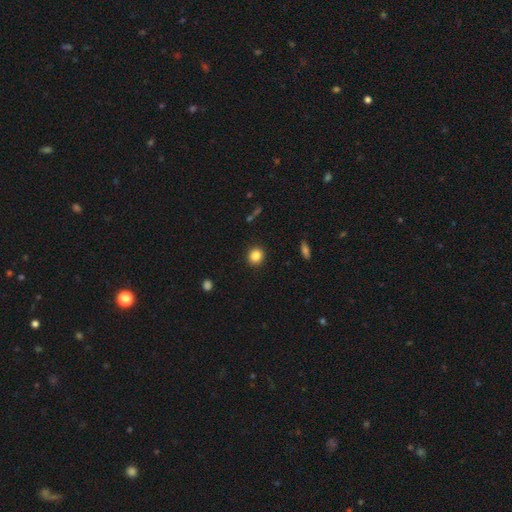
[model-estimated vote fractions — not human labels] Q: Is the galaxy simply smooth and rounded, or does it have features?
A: smooth — 85%.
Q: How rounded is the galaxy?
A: round — 84%.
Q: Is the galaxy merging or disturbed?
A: none — 91%.